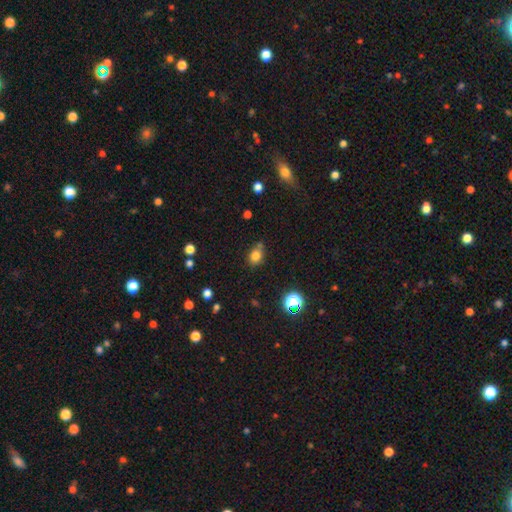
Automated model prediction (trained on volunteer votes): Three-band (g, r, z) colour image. It shows a smooth galaxy with no disk features (78%) that is round (51%). Merging: none (64%).